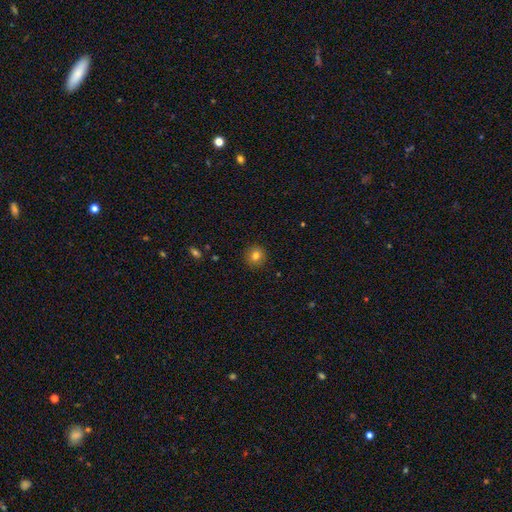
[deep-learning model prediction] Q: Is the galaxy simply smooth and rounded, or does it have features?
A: smooth — 80%.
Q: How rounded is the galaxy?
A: round — 91%.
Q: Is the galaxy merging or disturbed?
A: none — 91%.